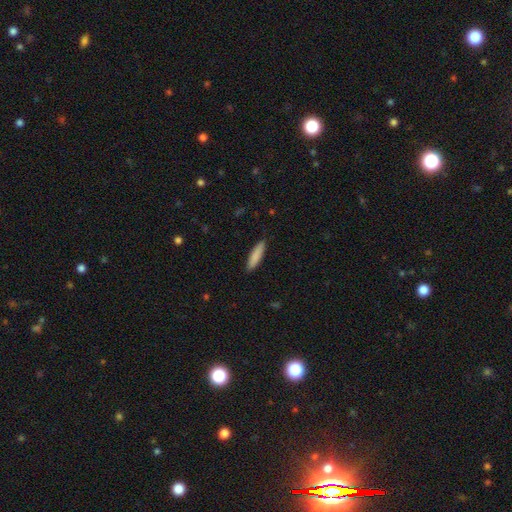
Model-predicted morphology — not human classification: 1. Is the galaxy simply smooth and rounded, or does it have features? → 87% smooth, 7% featured or disk, 6% star or artifact.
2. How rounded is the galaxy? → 76% cigar-shaped, 23% in between, 1% round.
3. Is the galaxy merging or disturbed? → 89% none, 8% minor disturbance, 2% major disturbance, 1% merger.